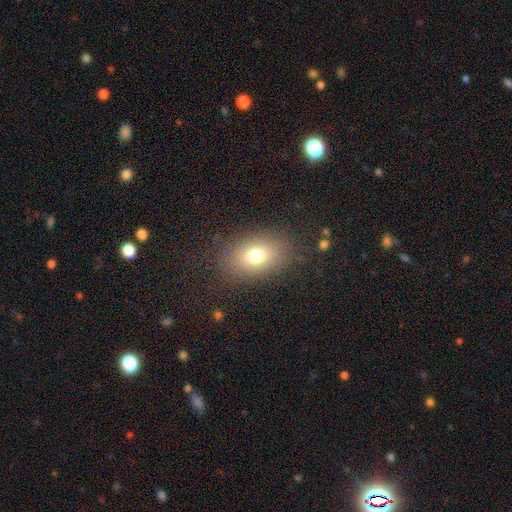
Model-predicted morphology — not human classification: The model was most divided on "how rounded": in between: 76%, round: 22%, cigar-shaped: 1%. More confident: merging — none (82%); smooth or featured — smooth (74%).